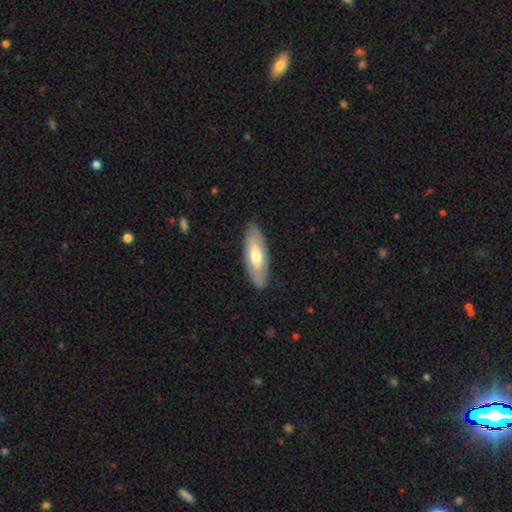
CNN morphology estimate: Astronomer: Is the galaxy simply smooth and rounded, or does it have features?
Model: smooth — 53% (runner-up: featured or disk, 42%).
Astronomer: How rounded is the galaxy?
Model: in between — 66%.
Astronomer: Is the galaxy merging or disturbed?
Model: none — 86%.